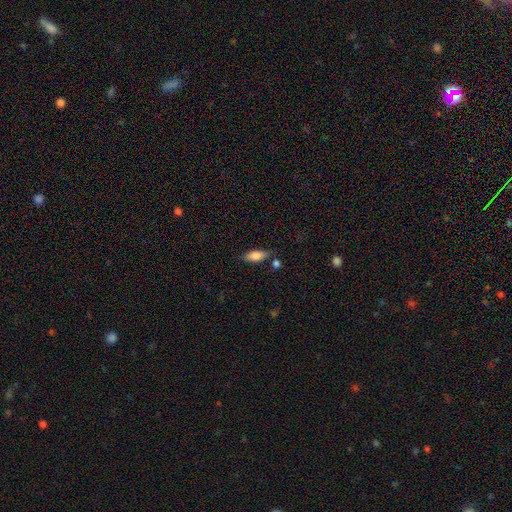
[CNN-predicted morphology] This appears to be a smooth galaxy with no disk features (80%) that is in between round and cigar-shaped (80%). Merging: none (76%).